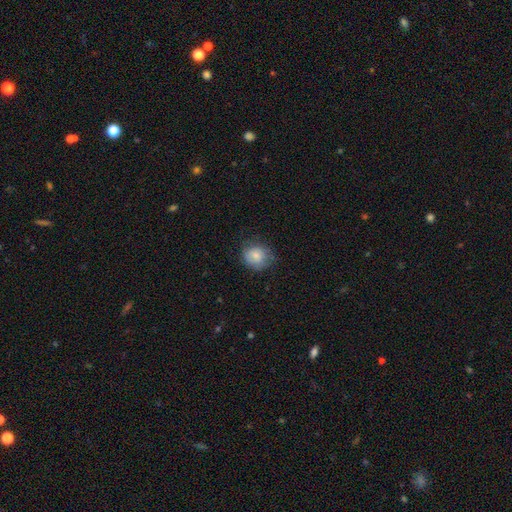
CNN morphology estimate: smooth_or_featured: smooth (p=0.79) [alt: featured or disk p=0.13]
how_rounded: round (p=0.77) [alt: in between p=0.22]
merging: none (p=0.69) [alt: minor disturbance p=0.23]